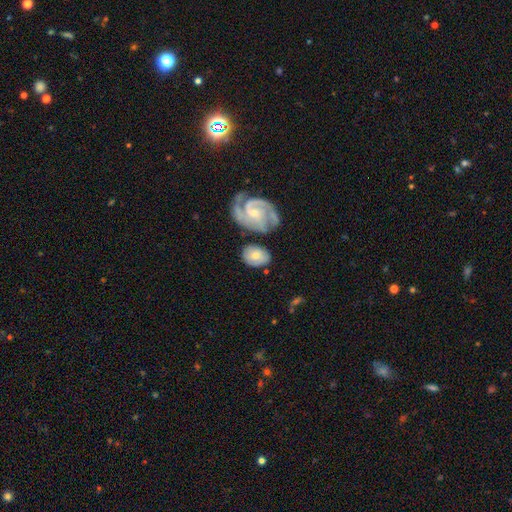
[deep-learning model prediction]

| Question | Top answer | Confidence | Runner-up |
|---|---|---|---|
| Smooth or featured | featured or disk | 51% | smooth (43%) |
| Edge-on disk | no | 95% | yes (5%) |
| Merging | none | 62% | minor disturbance (18%) |